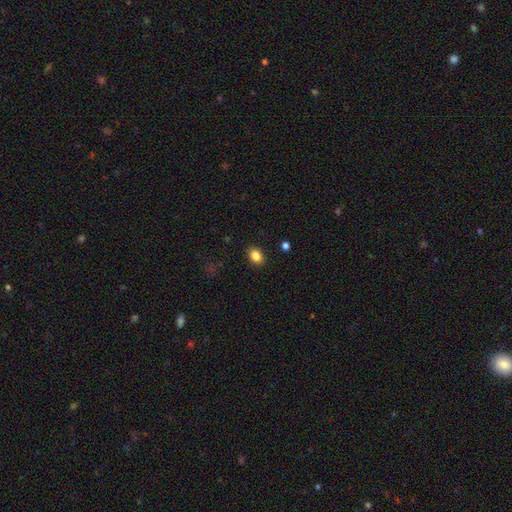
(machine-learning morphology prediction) Overall: smooth (85%). How rounded: in between (63%; round 36%). Merging: none (89%).